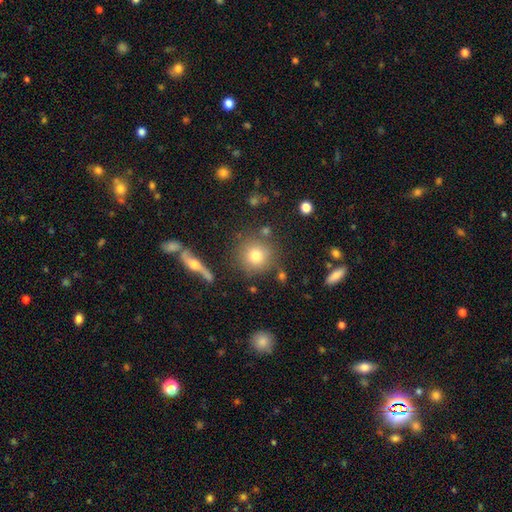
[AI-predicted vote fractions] Smooth or featured?
  - smooth: 77% *
  - featured or disk: 13%
  - star or artifact: 11%
How rounded?
  - round: 93% *
  - in between: 6%
  - cigar-shaped: 1%
Merging?
  - none: 81% *
  - minor disturbance: 10%
  - merger: 6%
  - major disturbance: 4%